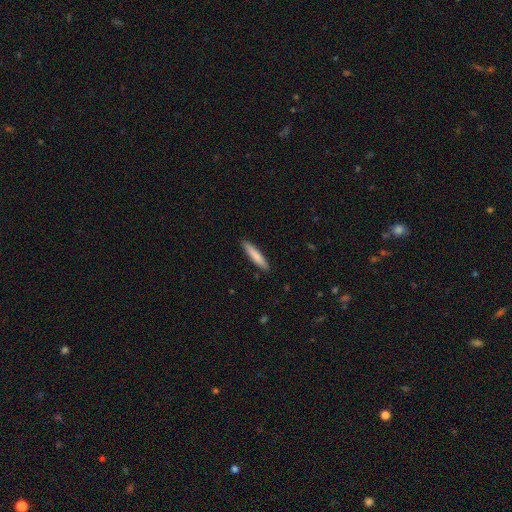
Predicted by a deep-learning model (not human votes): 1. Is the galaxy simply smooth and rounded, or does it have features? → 80% smooth, 15% featured or disk, 6% star or artifact.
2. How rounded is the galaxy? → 90% cigar-shaped, 8% in between, 1% round.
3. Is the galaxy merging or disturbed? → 90% none, 7% minor disturbance, 2% major disturbance, 1% merger.